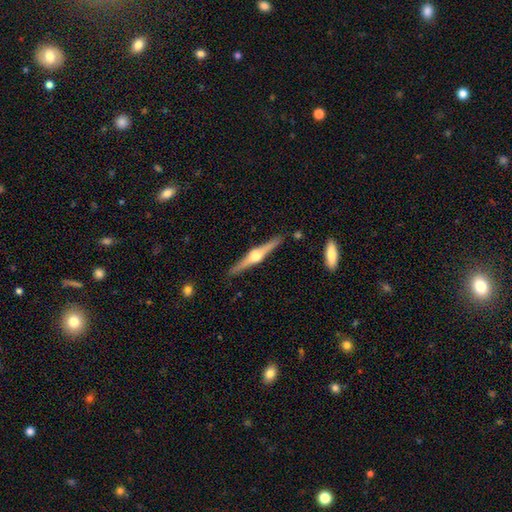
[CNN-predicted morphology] The model was most divided on "smooth or featured": featured or disk: 83%, smooth: 12%, star or artifact: 5%. More confident: edge-on disk — yes (98%); edge-on bulge — rounded (95%); merging — none (90%).